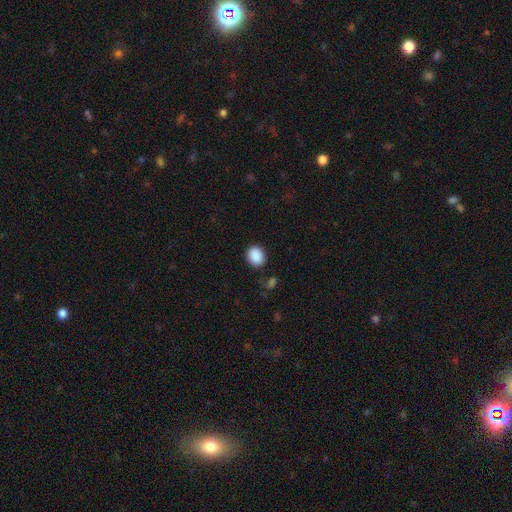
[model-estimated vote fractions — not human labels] Morphology: type=smooth (89%); roundness=round (55%); merging=none (83%).